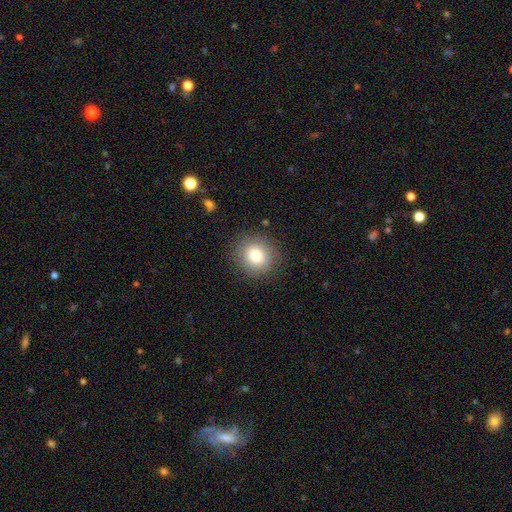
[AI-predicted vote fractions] A smooth galaxy with no disk features (79%) that is round (89%).

Vote fractions:
- Smooth or featured? smooth: 79% / star or artifact: 11% / featured or disk: 10%
- How rounded? round: 89% / in between: 10% / cigar-shaped: 1%
- Merging? none: 88% / minor disturbance: 8% / major disturbance: 3% / merger: 1%